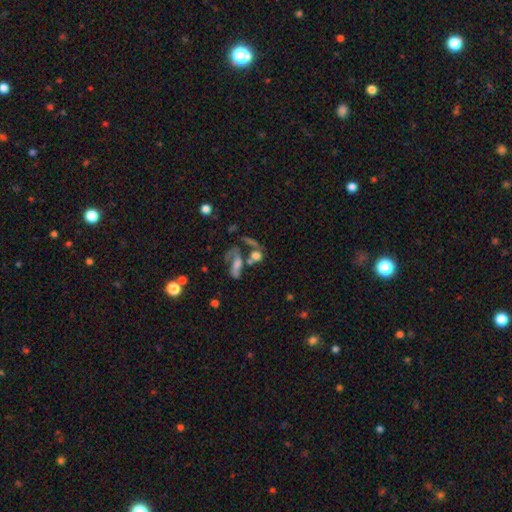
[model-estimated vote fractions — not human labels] Overall: smooth (57%; featured or disk 26%). How rounded: round (51%; in between 41%). Merging: merger (44%; none 30%).